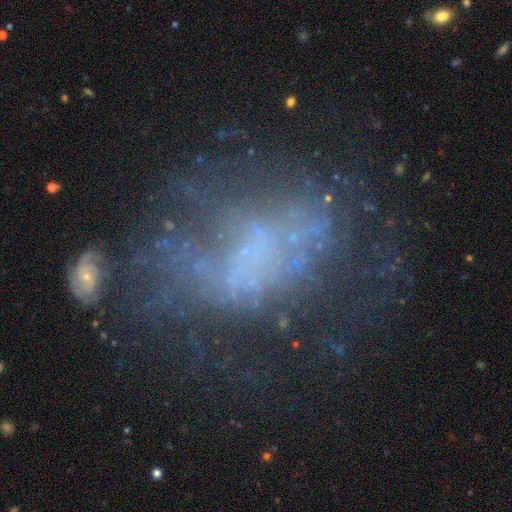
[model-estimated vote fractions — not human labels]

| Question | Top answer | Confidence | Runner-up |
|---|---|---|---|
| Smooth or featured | featured or disk | 57% | smooth (23%) |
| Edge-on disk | no | 97% | yes (3%) |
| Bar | no | 82% | weak (13%) |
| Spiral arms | no | 80% | yes (20%) |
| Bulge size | none | 76% | small (11%) |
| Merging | none | 40% | major disturbance (35%) |